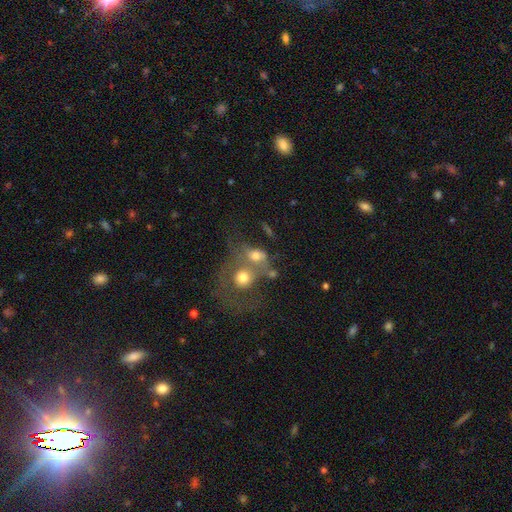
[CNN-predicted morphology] Smooth or featured?
  - smooth: 55% *
  - featured or disk: 32%
  - star or artifact: 13%
How rounded?
  - in between: 50% *
  - round: 47%
  - cigar-shaped: 3%
Merging?
  - merger: 59% *
  - none: 19%
  - major disturbance: 14%
  - minor disturbance: 9%